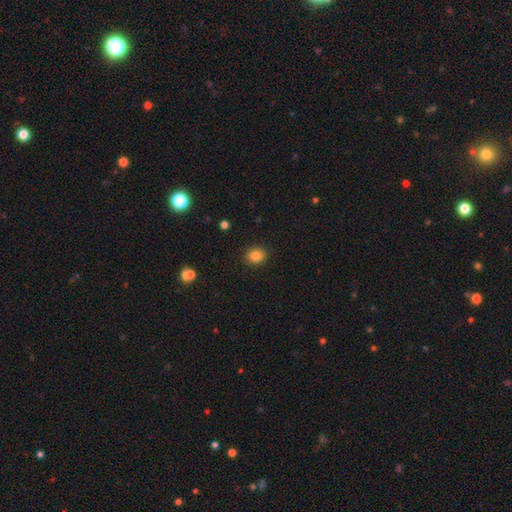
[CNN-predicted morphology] type=smooth (84%); roundness=round (63%); merging=none (90%).